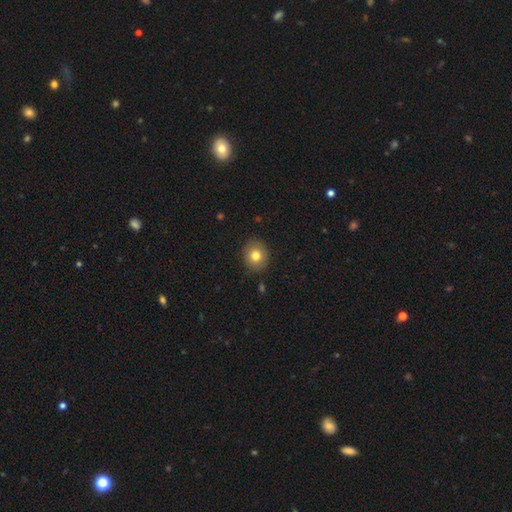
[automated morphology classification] smooth-or-featured: smooth: 77% | featured or disk: 14% | star or artifact: 10%
  how-rounded: round: 74% | in between: 25% | cigar-shaped: 1%
  merging: none: 87% | minor disturbance: 9% | major disturbance: 2% | merger: 1%